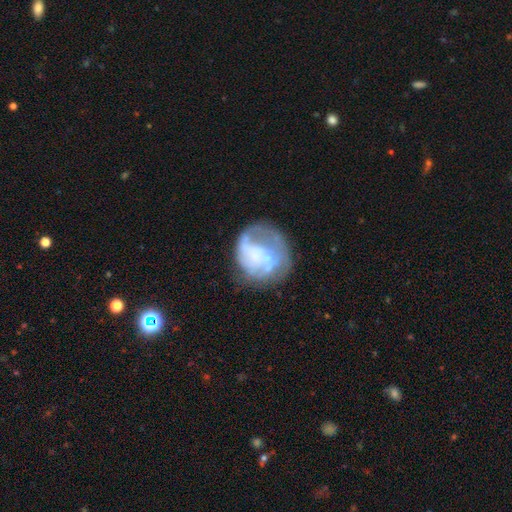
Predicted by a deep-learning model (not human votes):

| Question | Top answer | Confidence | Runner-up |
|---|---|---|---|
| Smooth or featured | featured or disk | 58% | smooth (32%) |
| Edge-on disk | no | 98% | yes (2%) |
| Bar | no | 83% | weak (13%) |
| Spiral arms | no | 65% | yes (35%) |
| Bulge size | none | 50% | small (27%) |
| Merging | none | 41% | major disturbance (30%) |